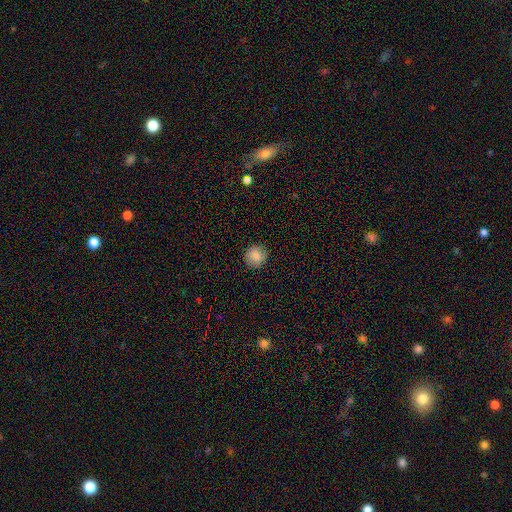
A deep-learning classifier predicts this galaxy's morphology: smooth-or-featured: smooth: 85% | star or artifact: 8% | featured or disk: 6%
  how-rounded: round: 93% | in between: 6% | cigar-shaped: 1%
  merging: none: 90% | minor disturbance: 7% | major disturbance: 2% | merger: 1%